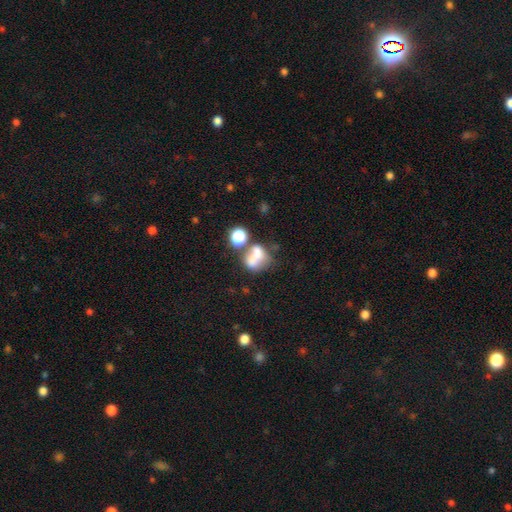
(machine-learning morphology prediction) Q: Smooth or featured?
A: smooth (57%); runner-up: featured or disk (28%)
Q: How rounded?
A: in between (56%); runner-up: round (42%)
Q: Merging?
A: merger (52%); runner-up: none (21%)